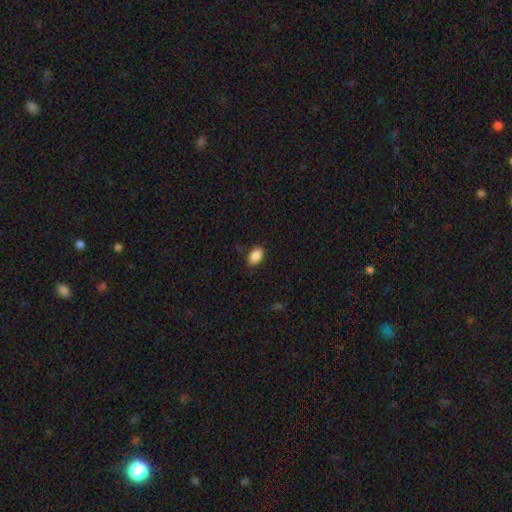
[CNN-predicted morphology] Smooth or featured?
  - smooth: 89% *
  - star or artifact: 8%
  - featured or disk: 3%
How rounded?
  - in between: 90% *
  - round: 8%
  - cigar-shaped: 2%
Merging?
  - none: 86% *
  - minor disturbance: 11%
  - major disturbance: 2%
  - merger: 1%